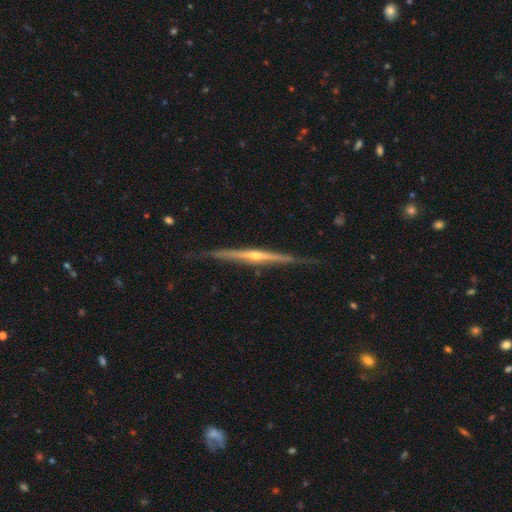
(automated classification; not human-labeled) Overall: featured or disk (85%). Edge-on disk: yes (98%). Edge-on bulge: rounded (80%). Merging: none (86%).